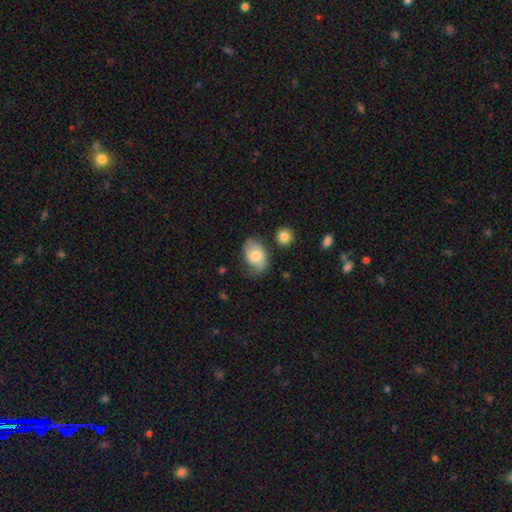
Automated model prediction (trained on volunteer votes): Smooth or featured? Predicted: smooth (p=0.67). How rounded? Predicted: in between (p=0.83). Merging? Predicted: none (p=0.54).